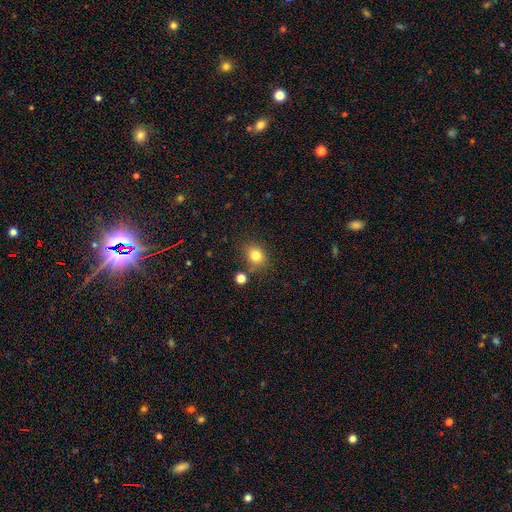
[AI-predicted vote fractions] smooth_or_featured: smooth (p=0.81) [alt: star or artifact p=0.12]
how_rounded: round (p=0.67) [alt: in between p=0.32]
merging: none (p=0.74) [alt: minor disturbance p=0.13]